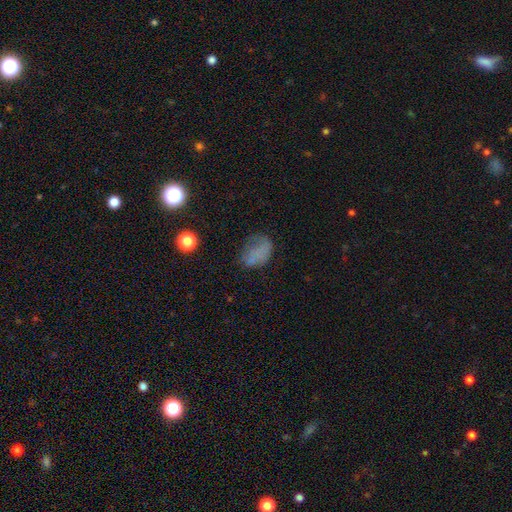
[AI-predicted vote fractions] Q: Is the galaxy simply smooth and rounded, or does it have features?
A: smooth — 63%.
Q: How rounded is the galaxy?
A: in between — 76%.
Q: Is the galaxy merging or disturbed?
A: none — 46%.